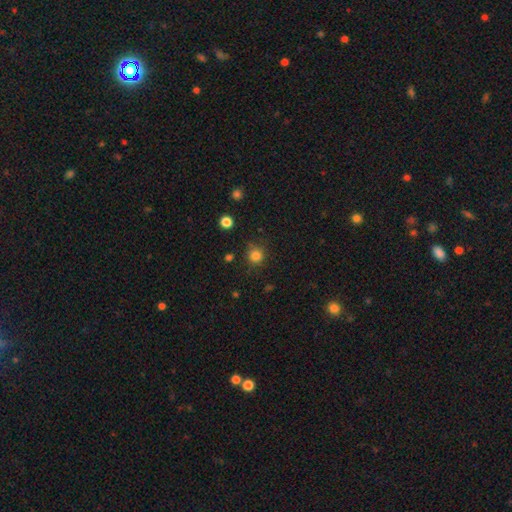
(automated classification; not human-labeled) The model was most divided on "smooth or featured": smooth: 82%, star or artifact: 13%, featured or disk: 5%. More confident: how rounded — round (92%); merging — none (82%).